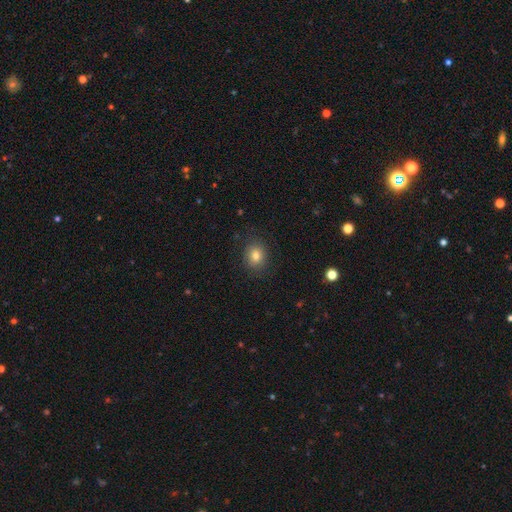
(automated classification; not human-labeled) Smooth or featured?
  - smooth: 79% *
  - star or artifact: 12%
  - featured or disk: 9%
How rounded?
  - round: 67% *
  - in between: 32%
  - cigar-shaped: 1%
Merging?
  - none: 85% *
  - minor disturbance: 10%
  - major disturbance: 3%
  - merger: 1%